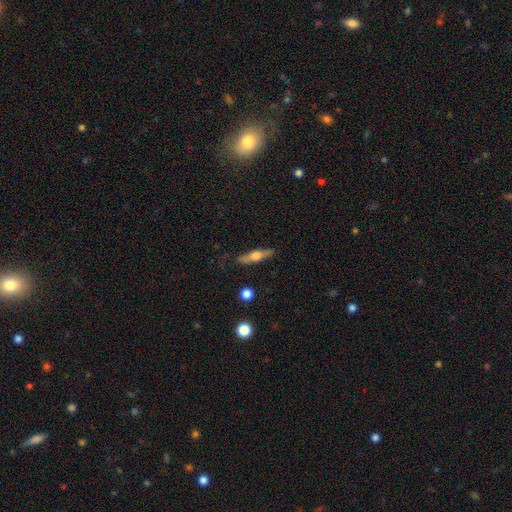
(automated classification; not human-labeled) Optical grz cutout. It shows a featured or disk galaxy (52%) viewed edge-on (91%). Merging: none (82%).